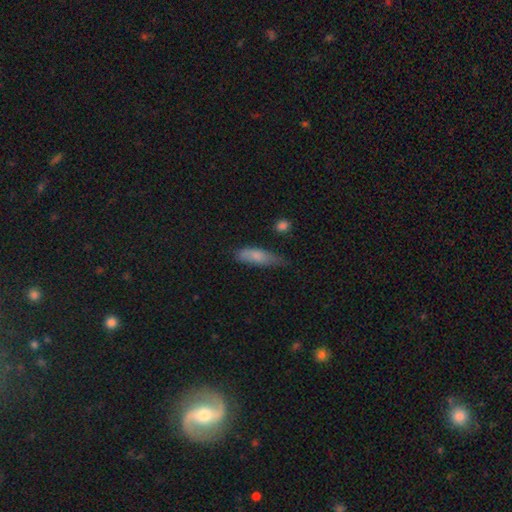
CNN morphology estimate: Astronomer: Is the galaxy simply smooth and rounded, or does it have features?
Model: smooth — 77%.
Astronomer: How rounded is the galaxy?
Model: in between — 50% (runner-up: cigar-shaped, 47%).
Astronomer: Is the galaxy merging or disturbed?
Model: none — 49% (runner-up: minor disturbance, 37%).